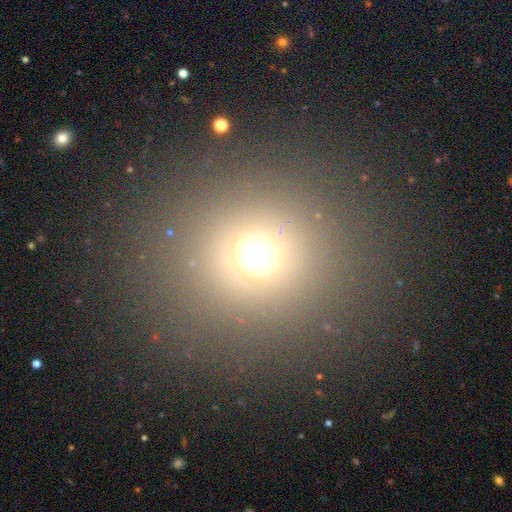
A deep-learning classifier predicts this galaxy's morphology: This appears to be a smooth galaxy with no disk features (64%) that is round (90%). Merging: none (87%).